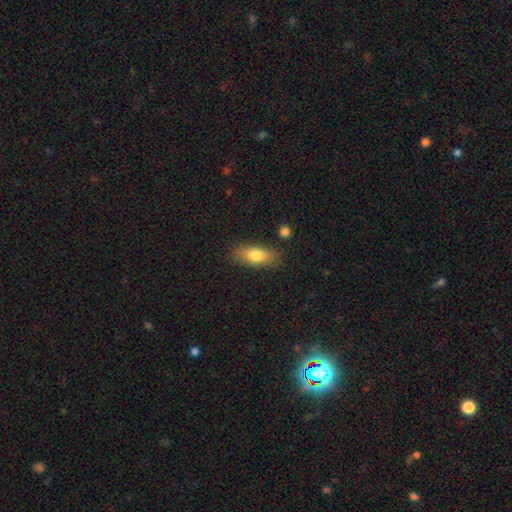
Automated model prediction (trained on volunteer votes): Overall: smooth (77%). How rounded: in between (79%). Merging: none (82%).